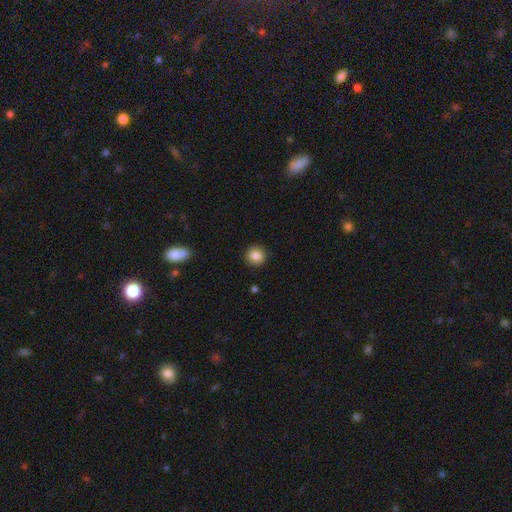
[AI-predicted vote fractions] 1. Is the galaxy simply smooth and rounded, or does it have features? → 85% smooth, 9% star or artifact, 6% featured or disk.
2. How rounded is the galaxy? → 90% round, 9% in between, 1% cigar-shaped.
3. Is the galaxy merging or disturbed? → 90% none, 7% minor disturbance, 2% major disturbance, 1% merger.